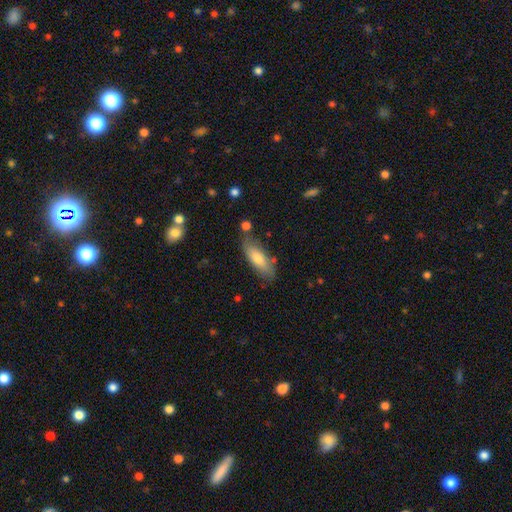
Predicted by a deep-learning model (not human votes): This appears to be a smooth galaxy with no disk features (68%) that is in between round and cigar-shaped (60%). Merging: none (76%).